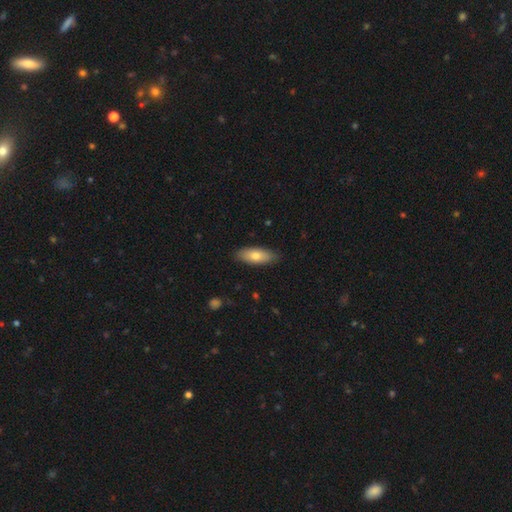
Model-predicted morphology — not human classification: Smooth or featured? smooth (73%)
How rounded? in between (77%)
Merging? none (85%)